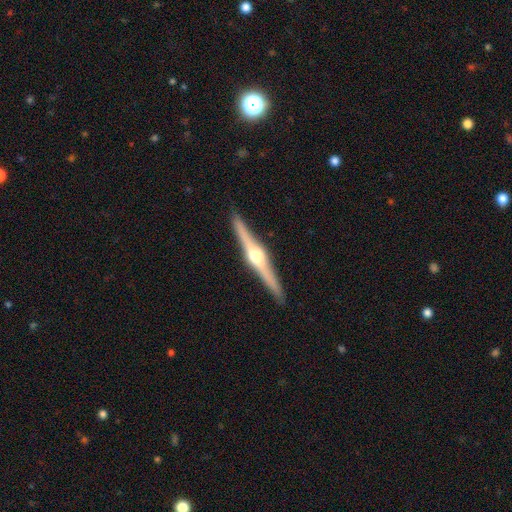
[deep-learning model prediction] Smooth or featured: featured or disk — 81% (smooth — 14%)
Edge-on disk: yes — 98% (no — 2%)
Edge-on bulge: rounded — 95% (boxy — 3%)
Merging: none — 91% (minor disturbance — 6%)